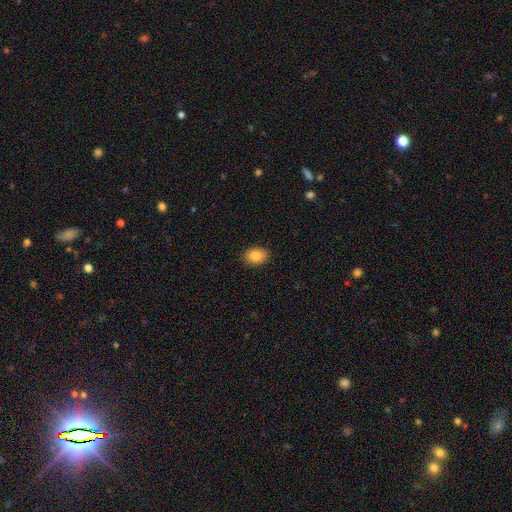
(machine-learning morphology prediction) Smooth or featured? Predicted: smooth (p=0.86). How rounded? Predicted: in between (p=0.73). Merging? Predicted: none (p=0.88).